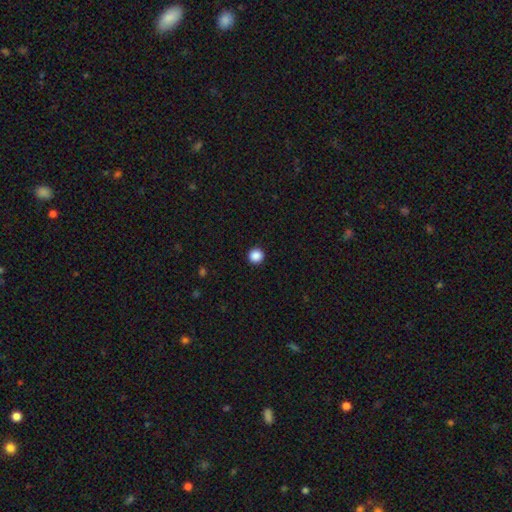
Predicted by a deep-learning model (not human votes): smooth-or-featured: smooth: 88% | star or artifact: 10% | featured or disk: 2%
  how-rounded: round: 96% | in between: 3% | cigar-shaped: 1%
  merging: none: 94% | minor disturbance: 4% | major disturbance: 1% | merger: 1%